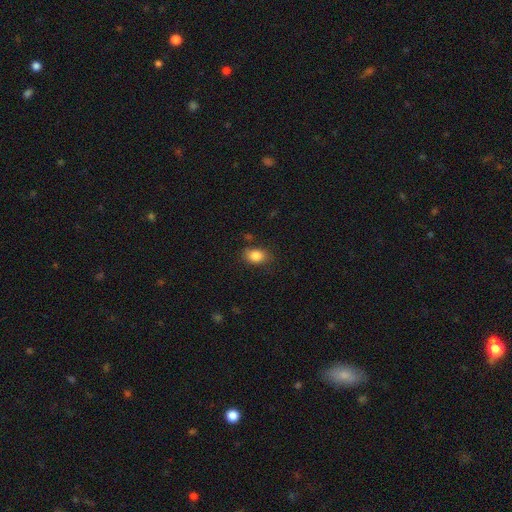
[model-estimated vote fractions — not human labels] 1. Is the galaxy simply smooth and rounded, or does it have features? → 85% smooth, 9% star or artifact, 7% featured or disk.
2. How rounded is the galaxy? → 76% in between, 22% round, 2% cigar-shaped.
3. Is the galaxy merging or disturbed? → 79% none, 15% minor disturbance, 4% major disturbance, 2% merger.